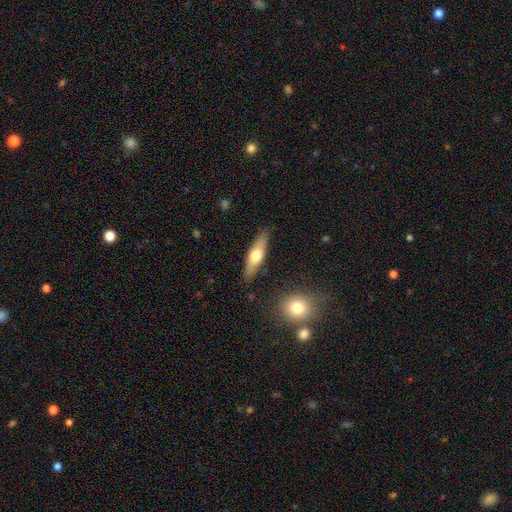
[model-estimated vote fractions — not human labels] A smooth galaxy with no disk features (54%) that is cigar-shaped (63%). Merging: none (85%).